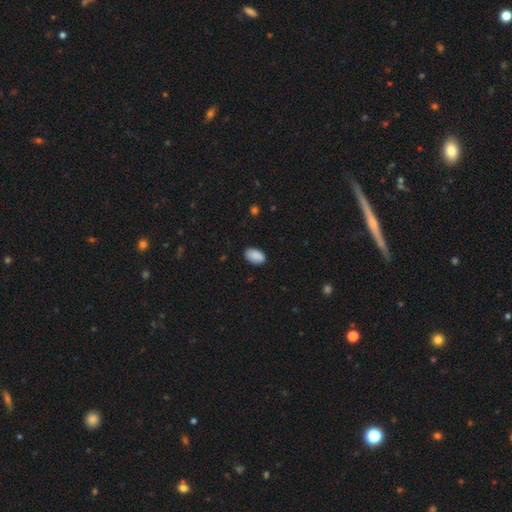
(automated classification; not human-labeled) Smooth or featured? smooth (89%)
How rounded? in between (92%)
Merging? none (85%)